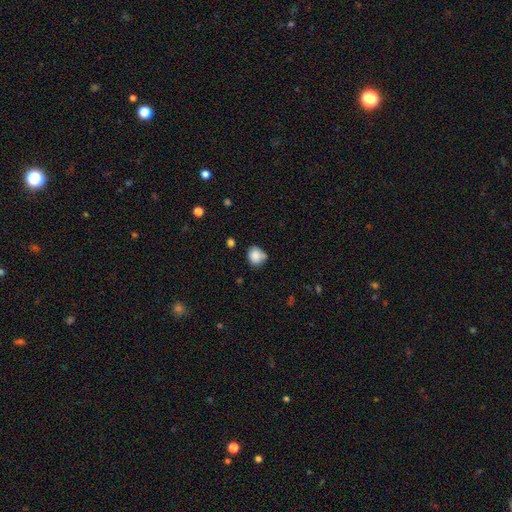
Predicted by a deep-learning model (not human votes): smooth_or_featured: smooth (p=0.84) [alt: star or artifact p=0.09]
how_rounded: round (p=0.76) [alt: in between p=0.23]
merging: none (p=0.59) [alt: minor disturbance p=0.26]